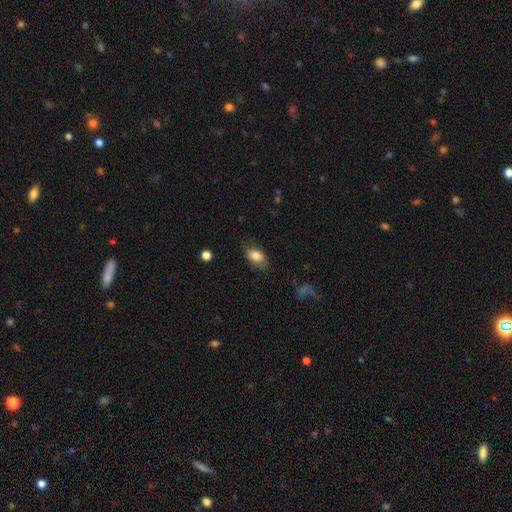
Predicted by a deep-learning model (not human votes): smooth 82%, featured or disk 10%, star or artifact 8%. Down the decision tree: how rounded — in between (90%); merging — none (74%).